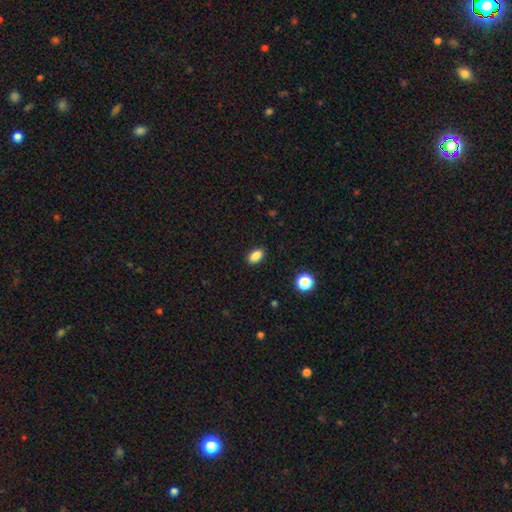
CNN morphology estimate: Smooth or featured: smooth — 87% (star or artifact — 10%)
How rounded: in between — 87% (round — 10%)
Merging: none — 88% (minor disturbance — 8%)